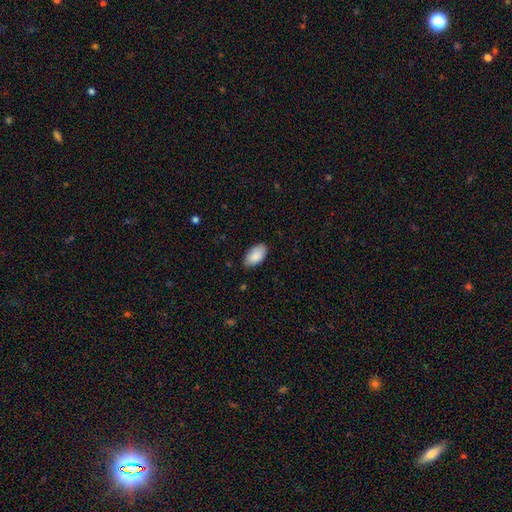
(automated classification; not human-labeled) smooth_or_featured: smooth (p=0.89) [alt: star or artifact p=0.06]
how_rounded: in between (p=0.95) [alt: round p=0.03]
merging: none (p=0.80) [alt: minor disturbance p=0.17]